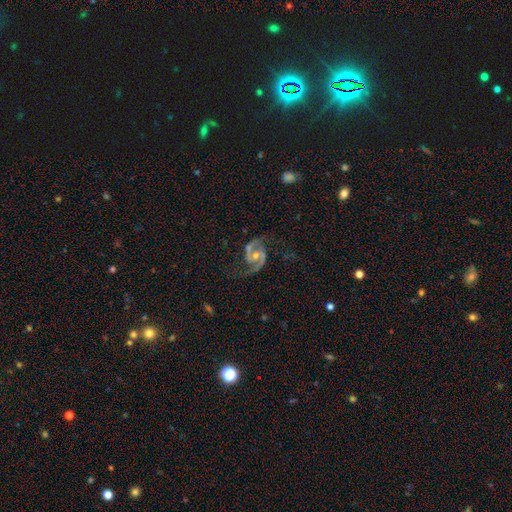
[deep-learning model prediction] smooth-or-featured: featured or disk: 92% | star or artifact: 5% | smooth: 3%
  disk-edge-on: no: 98% | yes: 2%
    bar: no: 53% | weak: 36% | strong: 12%
    has-spiral-arms: yes: 98% | no: 2%
      spiral-winding: medium: 60% | loose: 25% | tight: 15%
      spiral-arm-count: 2: 94% | can't tell: 2% | 1: 1% | 3: 1% | 4: 1% | more than 4: 1%
    bulge-size: moderate: 57% | small: 38% | large: 2% | none: 2% | dominant: 1%
  merging: none: 75% | minor disturbance: 15% | major disturbance: 8% | merger: 2%